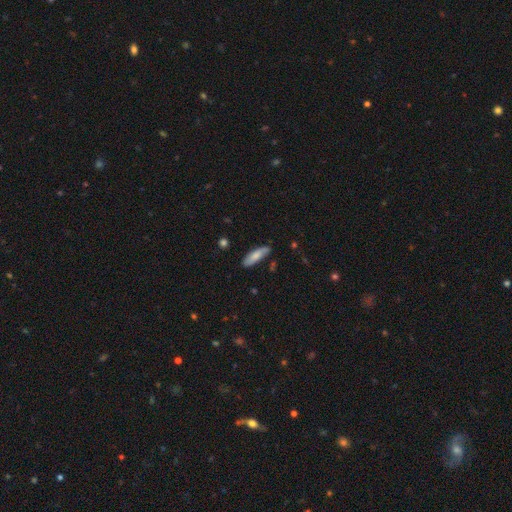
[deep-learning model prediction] This is likely a smooth galaxy (72%). How rounded: possibly cigar-shaped (51%). Merging: likely none (78%).